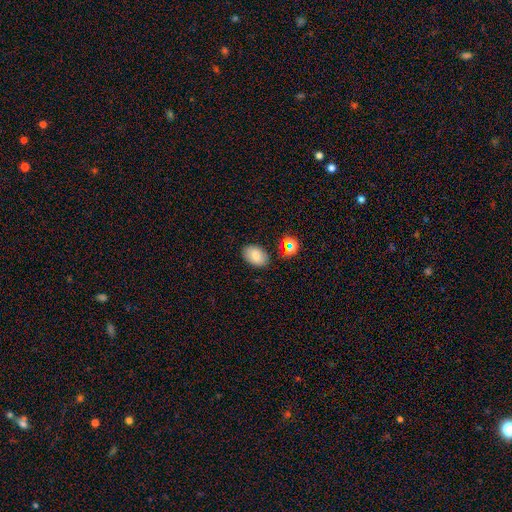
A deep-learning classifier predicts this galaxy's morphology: The model was most divided on "smooth or featured": smooth: 77%, featured or disk: 12%, star or artifact: 11%. More confident: how rounded — in between (84%); merging — none (82%).